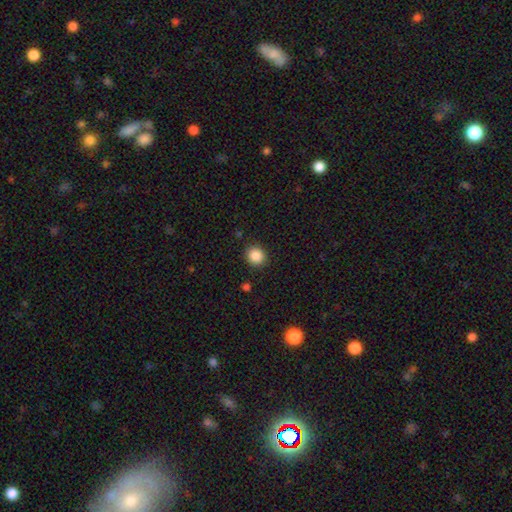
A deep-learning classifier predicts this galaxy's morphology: smooth-or-featured: smooth: 87% | star or artifact: 10% | featured or disk: 3%
  how-rounded: round: 82% | in between: 17% | cigar-shaped: 1%
  merging: none: 88% | minor disturbance: 8% | major disturbance: 3% | merger: 1%